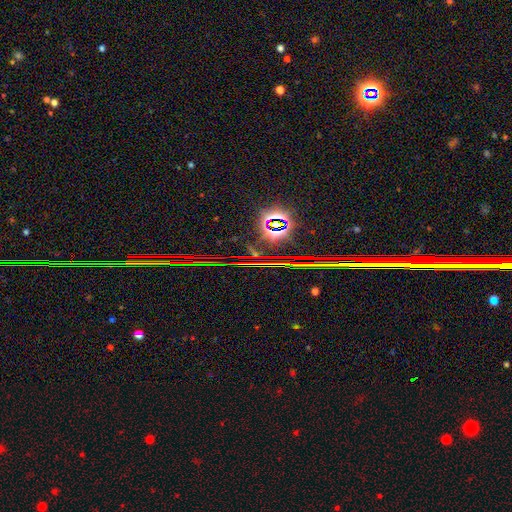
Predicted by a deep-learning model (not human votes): A star or artifact, not a galaxy (85%).